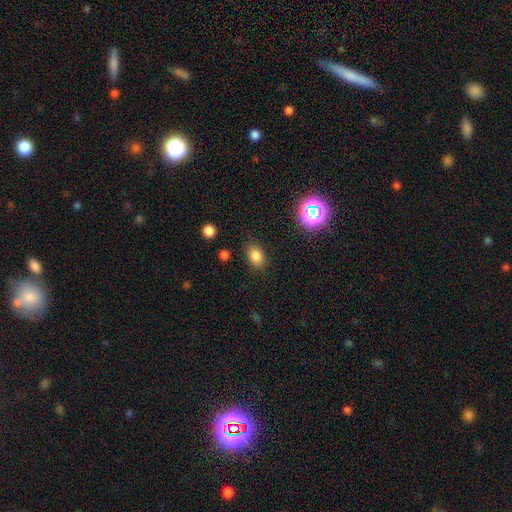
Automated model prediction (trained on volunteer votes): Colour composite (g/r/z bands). It shows a smooth galaxy with no disk features (80%) that is in between round and cigar-shaped (79%). Merging: none (83%).